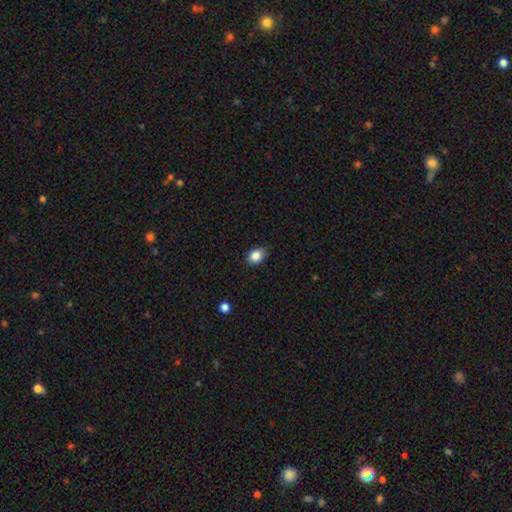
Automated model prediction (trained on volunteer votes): Morphology: type=smooth (86%); roundness=in between (70%); merging=none (84%).